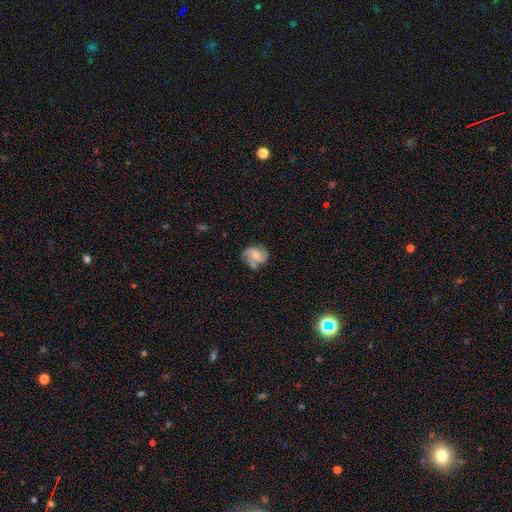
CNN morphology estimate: smooth_or_featured: featured or disk (p=0.58) [alt: smooth p=0.34]
disk_edge_on: no (p=0.97) [alt: yes p=0.03]
bar: no (p=0.52) [alt: weak p=0.39]
has_spiral_arms: yes (p=0.87) [alt: no p=0.13]
bulge_size: moderate (p=0.46) [alt: small p=0.43]
merging: none (p=0.55) [alt: minor disturbance p=0.24]